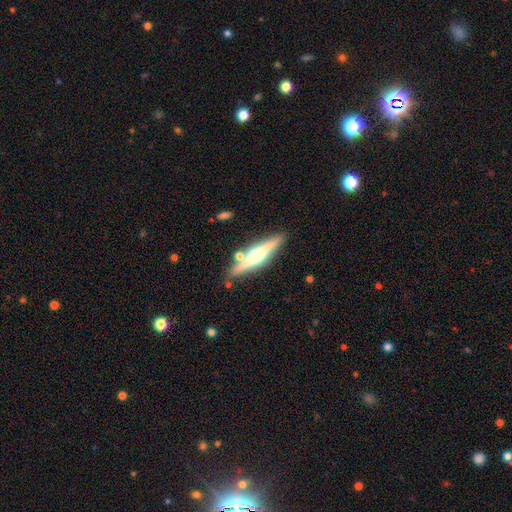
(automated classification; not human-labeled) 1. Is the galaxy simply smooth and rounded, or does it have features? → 68% featured or disk, 26% smooth, 6% star or artifact.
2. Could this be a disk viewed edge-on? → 96% yes, 4% no.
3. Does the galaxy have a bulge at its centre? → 91% rounded, 5% boxy, 4% none.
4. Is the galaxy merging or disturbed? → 82% none, 10% minor disturbance, 6% merger, 2% major disturbance.